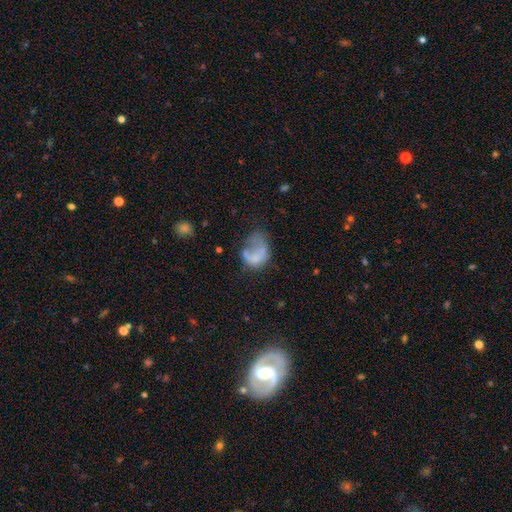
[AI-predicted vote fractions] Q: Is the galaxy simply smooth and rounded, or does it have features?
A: smooth — 54%.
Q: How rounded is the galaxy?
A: in between — 71%.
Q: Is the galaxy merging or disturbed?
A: major disturbance — 50%.